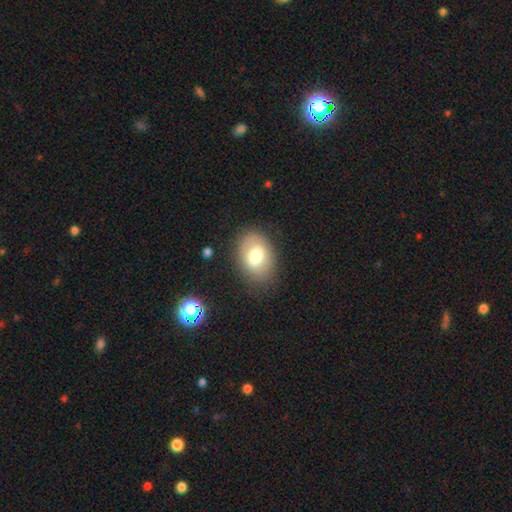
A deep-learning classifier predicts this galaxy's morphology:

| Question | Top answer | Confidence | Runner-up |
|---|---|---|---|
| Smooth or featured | smooth | 70% | featured or disk (21%) |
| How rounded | in between | 78% | round (21%) |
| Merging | none | 76% | minor disturbance (16%) |